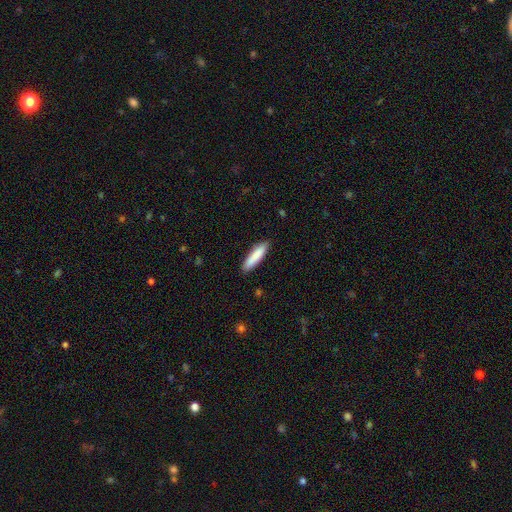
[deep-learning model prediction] Overall: smooth (86%). How rounded: cigar-shaped (76%). Merging: none (88%).